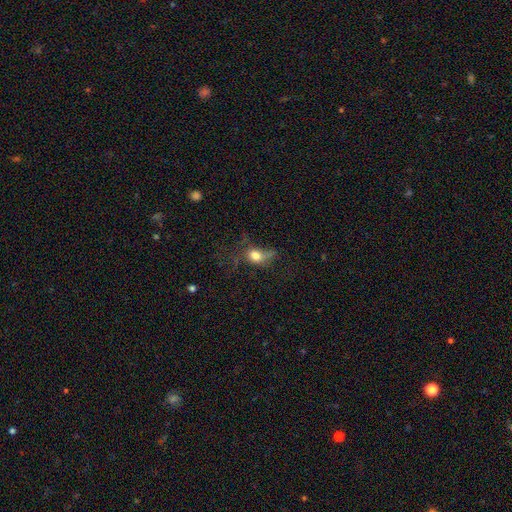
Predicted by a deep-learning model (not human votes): smooth_or_featured: smooth (p=0.69) [alt: featured or disk p=0.17]
how_rounded: in between (p=0.58) [alt: round p=0.38]
merging: major disturbance (p=0.38) [alt: none p=0.34]